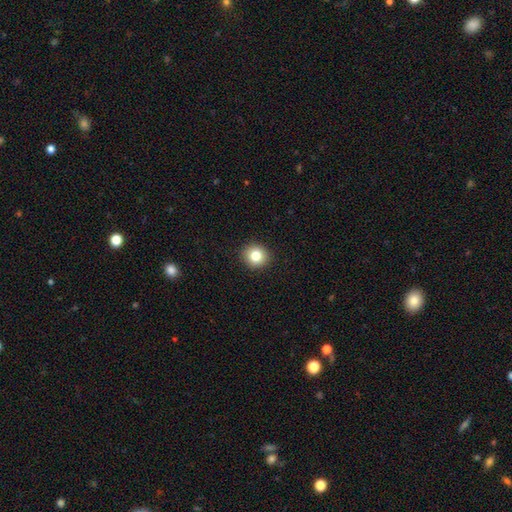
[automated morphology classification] The model was most divided on "smooth or featured": smooth: 81%, star or artifact: 11%, featured or disk: 8%. More confident: merging — none (92%); how rounded — round (88%).